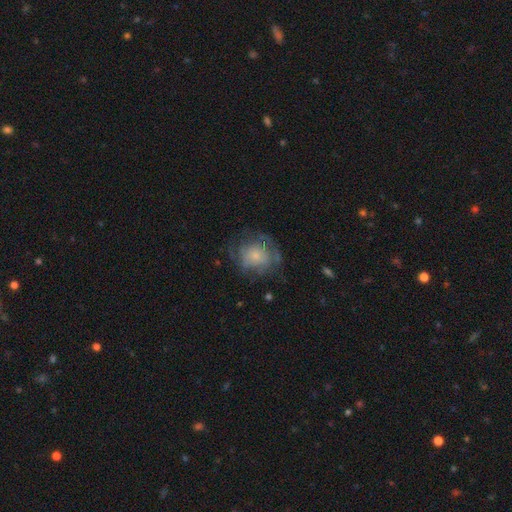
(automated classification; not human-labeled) A smooth galaxy with no disk features (49%).

Vote fractions:
- Smooth or featured? smooth: 49% / featured or disk: 42% / star or artifact: 10%
- Merging? none: 57% / minor disturbance: 22% / major disturbance: 19% / merger: 2%